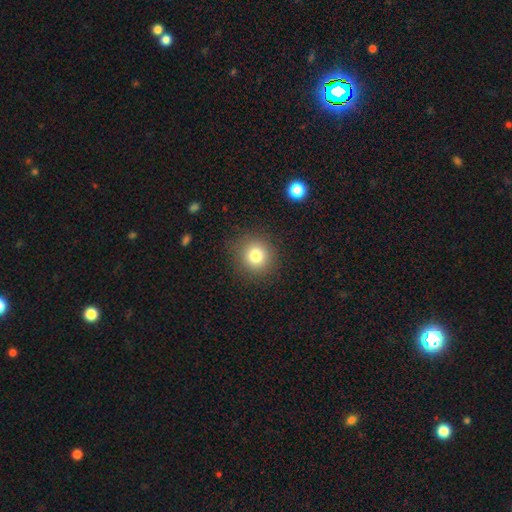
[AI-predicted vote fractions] This appears to be a smooth galaxy with no disk features (78%) that is round (91%). Merging: none (88%).